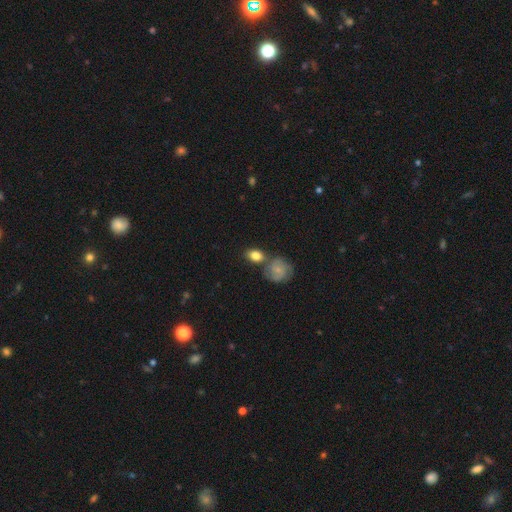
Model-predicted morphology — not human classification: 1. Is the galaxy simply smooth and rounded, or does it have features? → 70% smooth, 23% featured or disk, 8% star or artifact.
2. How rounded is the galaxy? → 69% in between, 29% round, 2% cigar-shaped.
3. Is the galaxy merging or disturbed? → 61% none, 21% merger, 14% minor disturbance, 4% major disturbance.